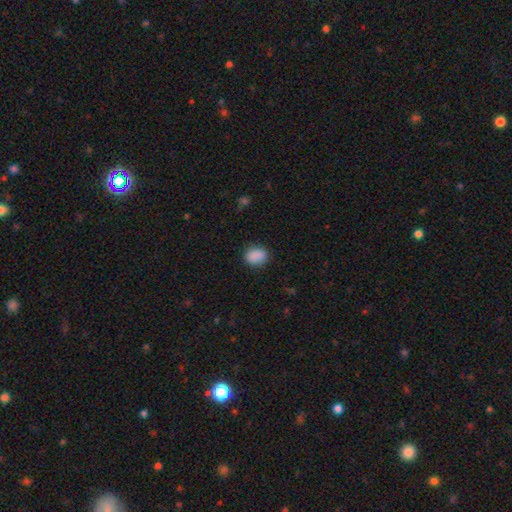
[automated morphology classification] The model was most divided on "how rounded": in between: 56%, round: 42%, cigar-shaped: 1%. More confident: smooth or featured — smooth (88%); merging — none (84%).